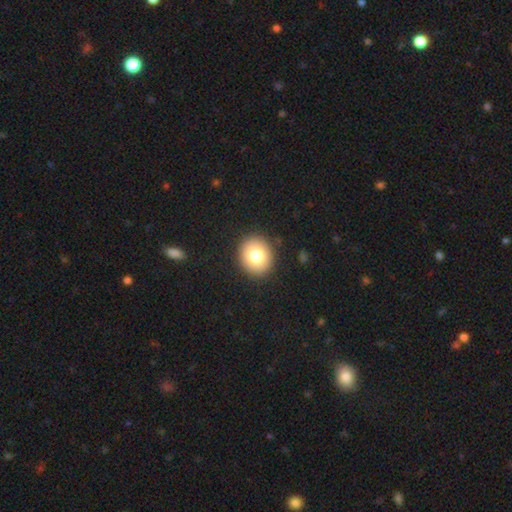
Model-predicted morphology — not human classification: A smooth galaxy with no disk features (78%) that is round (76%).

Vote fractions:
- Smooth or featured? smooth: 78% / featured or disk: 12% / star or artifact: 10%
- How rounded? round: 76% / in between: 23% / cigar-shaped: 1%
- Merging? none: 90% / minor disturbance: 6% / major disturbance: 2% / merger: 1%